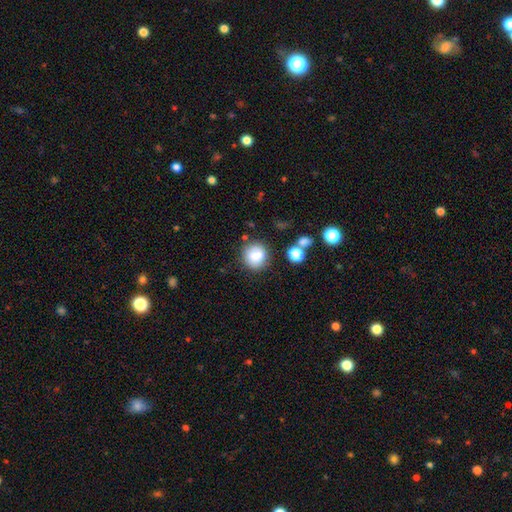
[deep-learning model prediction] This is clearly a smooth galaxy (83%). How rounded: clearly round (87%). Merging: likely none (79%).